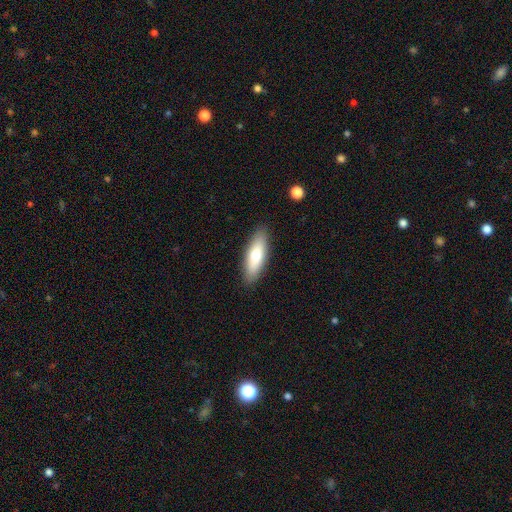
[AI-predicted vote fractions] A smooth galaxy with no disk features (71%) that is in between round and cigar-shaped (50%).

Vote fractions:
- Smooth or featured? smooth: 71% / featured or disk: 23% / star or artifact: 6%
- How rounded? in between: 50% / cigar-shaped: 48% / round: 2%
- Merging? none: 88% / minor disturbance: 9% / major disturbance: 2% / merger: 1%